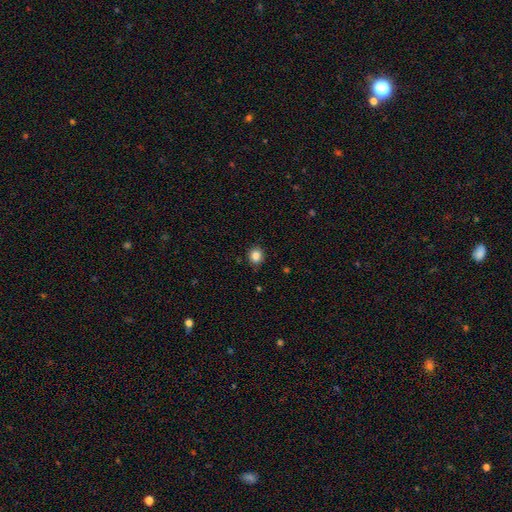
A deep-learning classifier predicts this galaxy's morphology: Smooth or featured: smooth — 84% (star or artifact — 11%)
How rounded: round — 78% (in between — 21%)
Merging: none — 88% (minor disturbance — 9%)